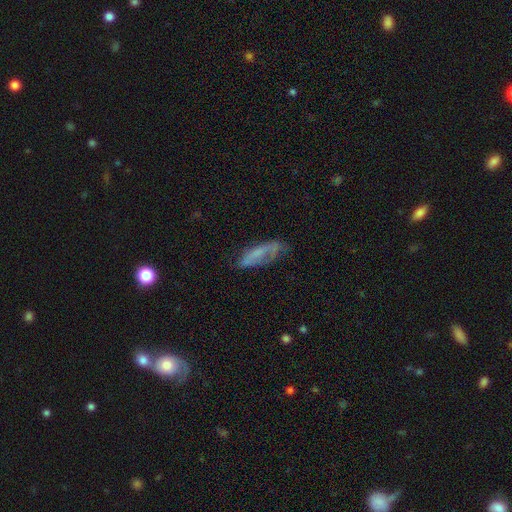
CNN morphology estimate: A smooth galaxy with no disk features (48%).

Vote fractions:
- Smooth or featured? smooth: 48% / featured or disk: 42% / star or artifact: 10%
- Merging? none: 49% / minor disturbance: 29% / major disturbance: 19% / merger: 3%